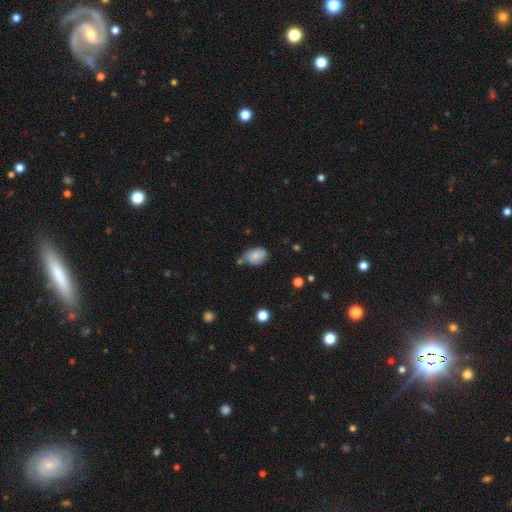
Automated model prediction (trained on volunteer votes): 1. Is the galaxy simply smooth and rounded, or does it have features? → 79% smooth, 13% featured or disk, 9% star or artifact.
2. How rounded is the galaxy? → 81% in between, 18% round, 1% cigar-shaped.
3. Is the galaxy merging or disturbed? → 54% none, 26% minor disturbance, 13% merger, 6% major disturbance.